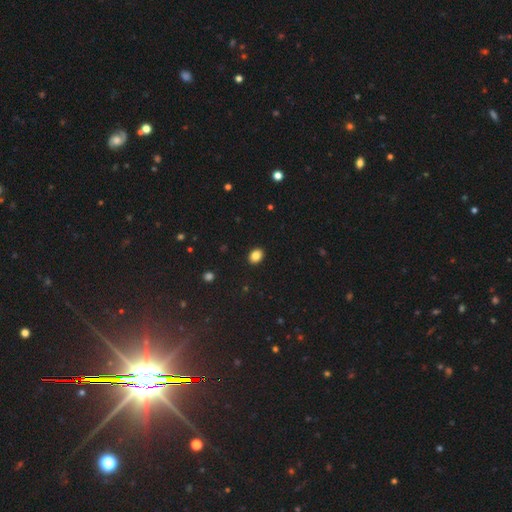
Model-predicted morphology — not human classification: Q: Smooth or featured?
A: smooth (85%); runner-up: star or artifact (9%)
Q: How rounded?
A: in between (59%); runner-up: round (40%)
Q: Merging?
A: none (91%); runner-up: minor disturbance (6%)